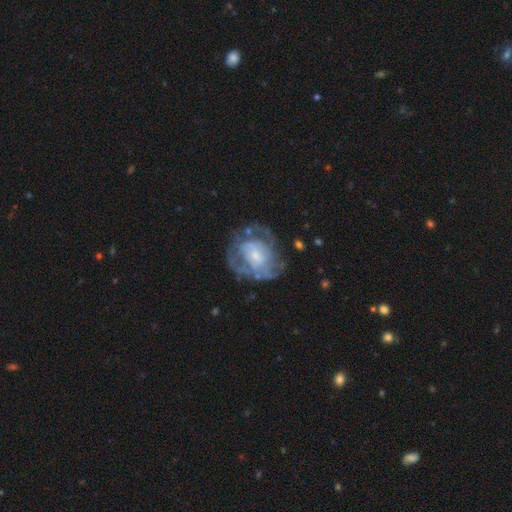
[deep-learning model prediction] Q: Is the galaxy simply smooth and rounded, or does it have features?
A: featured or disk — 75%.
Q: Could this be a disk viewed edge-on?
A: no — 98%.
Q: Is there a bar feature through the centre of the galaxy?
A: no — 66%.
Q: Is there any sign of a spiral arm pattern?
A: yes — 68%.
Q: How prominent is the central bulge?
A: small — 49%.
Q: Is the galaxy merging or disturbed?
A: none — 55%.